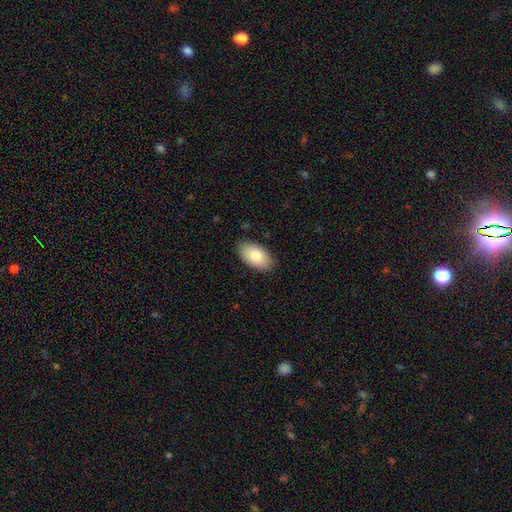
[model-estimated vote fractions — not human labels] The model was most divided on "smooth or featured": smooth: 82%, featured or disk: 12%, star or artifact: 6%. More confident: how rounded — in between (95%); merging — none (86%).